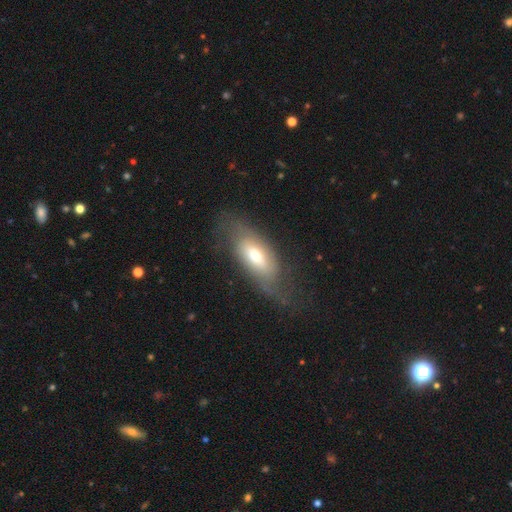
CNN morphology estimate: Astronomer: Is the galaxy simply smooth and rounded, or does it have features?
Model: smooth — 46%, tied with featured or disk at 46%.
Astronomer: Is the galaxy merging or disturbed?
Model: none — 56%.